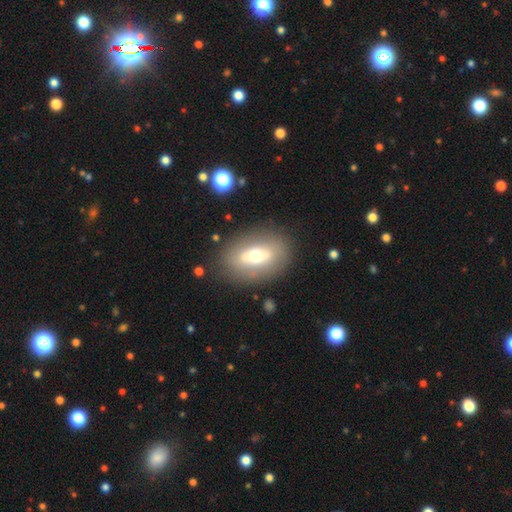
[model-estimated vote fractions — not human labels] A smooth galaxy with no disk features (51%) that is in between round and cigar-shaped (77%). Merging: none (81%).